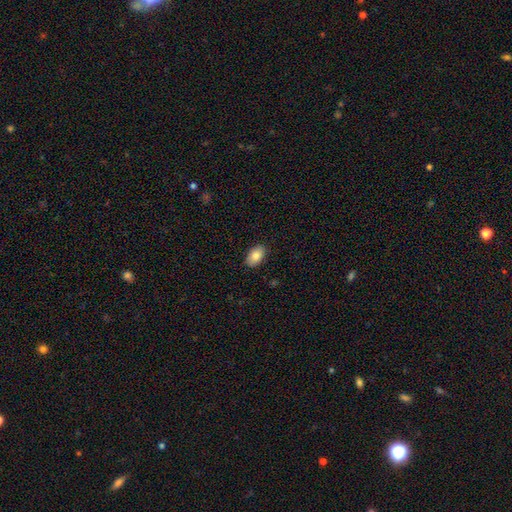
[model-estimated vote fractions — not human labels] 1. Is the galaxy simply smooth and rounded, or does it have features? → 83% smooth, 10% featured or disk, 7% star or artifact.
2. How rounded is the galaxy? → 93% in between, 6% round, 1% cigar-shaped.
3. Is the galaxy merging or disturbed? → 89% none, 9% minor disturbance, 2% major disturbance, 1% merger.